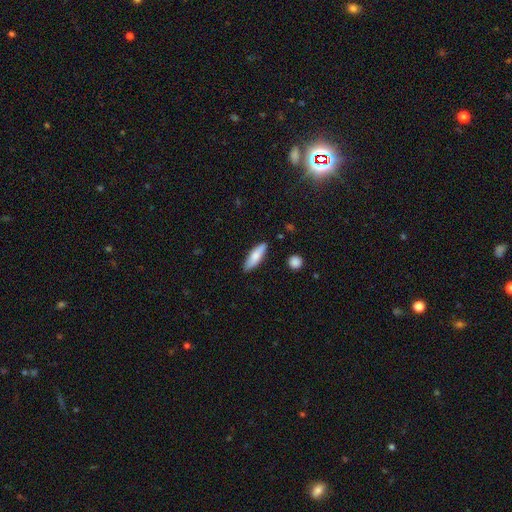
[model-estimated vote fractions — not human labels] smooth_or_featured: smooth (p=0.78) [alt: featured or disk p=0.16]
how_rounded: cigar-shaped (p=0.52) [alt: in between p=0.46]
merging: none (p=0.86) [alt: minor disturbance p=0.10]